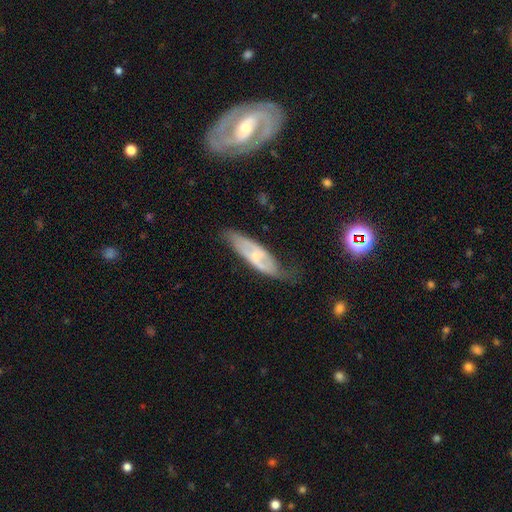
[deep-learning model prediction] Smooth or featured: featured or disk — 59% (smooth — 34%)
Edge-on disk: no — 70% (yes — 30%)
Merging: none — 52% (minor disturbance — 31%)